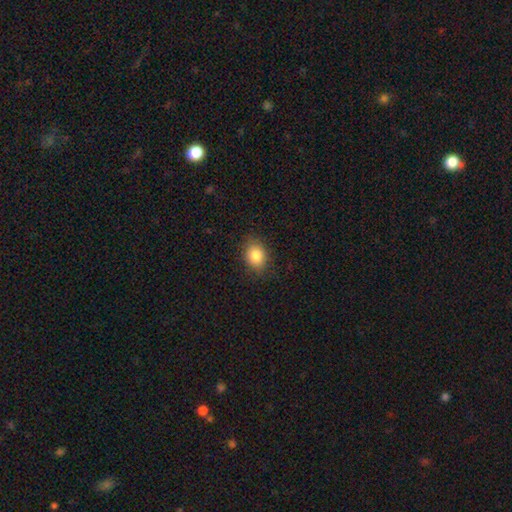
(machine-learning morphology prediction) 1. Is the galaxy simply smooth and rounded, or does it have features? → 85% smooth, 9% star or artifact, 6% featured or disk.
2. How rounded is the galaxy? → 56% in between, 43% round, 1% cigar-shaped.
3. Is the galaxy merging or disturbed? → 85% none, 11% minor disturbance, 3% major disturbance, 1% merger.